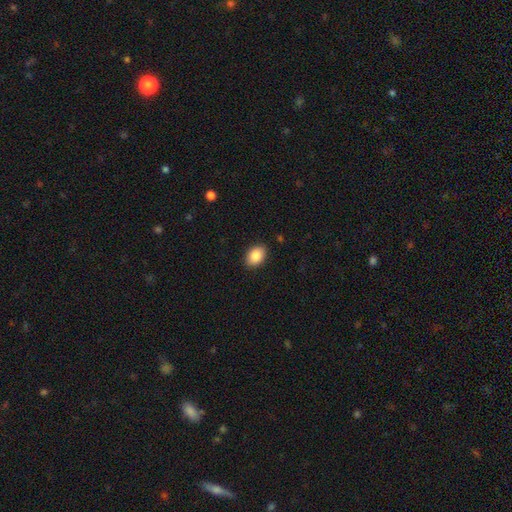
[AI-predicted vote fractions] smooth-or-featured: smooth: 88% | star or artifact: 8% | featured or disk: 5%
  how-rounded: in between: 81% | round: 18% | cigar-shaped: 1%
  merging: none: 89% | minor disturbance: 8% | major disturbance: 2% | merger: 1%